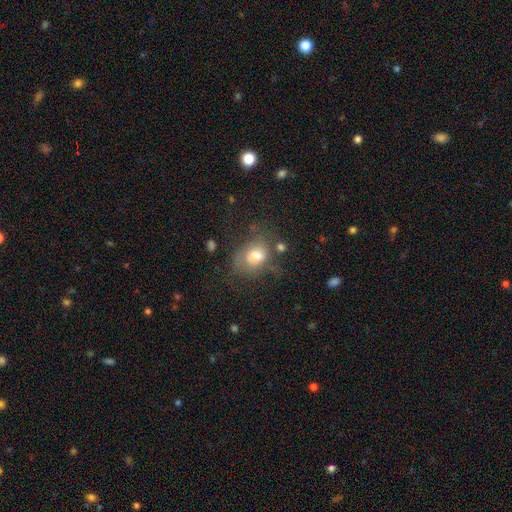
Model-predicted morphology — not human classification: Smooth or featured? Predicted: smooth (p=0.66). How rounded? Predicted: in between (p=0.60). Merging? Predicted: none (p=0.45).